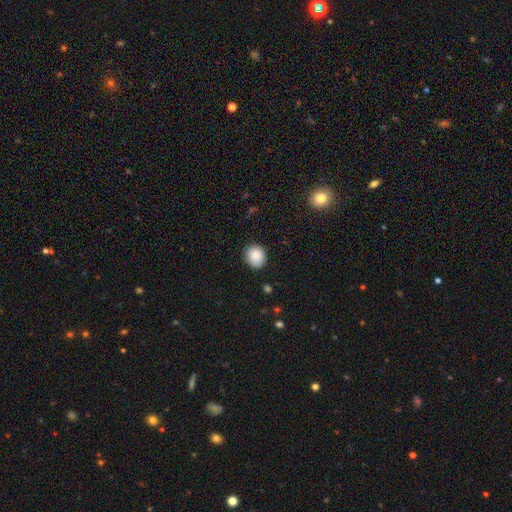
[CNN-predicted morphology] Overall: smooth (86%). How rounded: round (77%). Merging: none (86%).